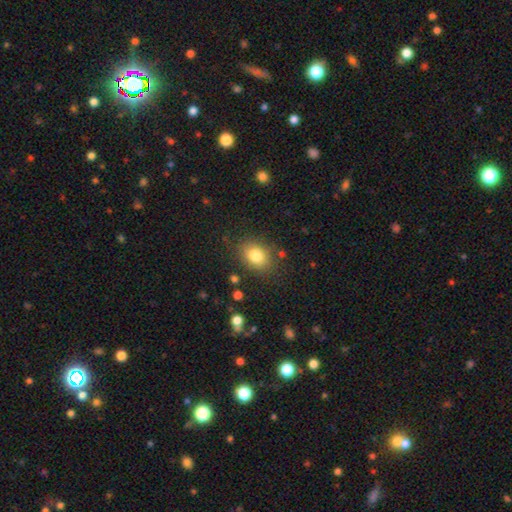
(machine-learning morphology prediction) Smooth or featured: smooth — 82% (star or artifact — 10%)
How rounded: in between — 63% (round — 36%)
Merging: none — 80% (minor disturbance — 13%)